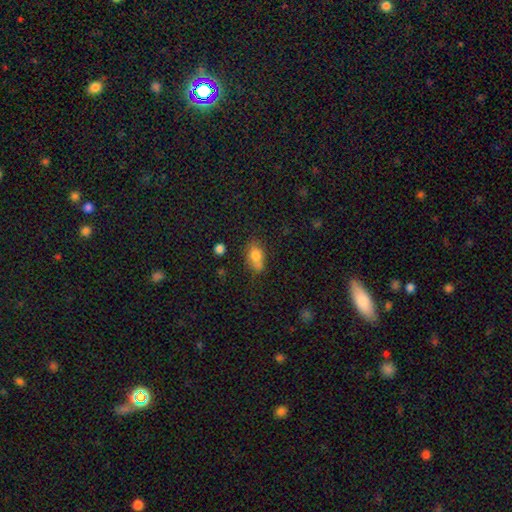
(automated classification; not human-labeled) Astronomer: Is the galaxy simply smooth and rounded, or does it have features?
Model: smooth — 77%.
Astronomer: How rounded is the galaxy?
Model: in between — 80%.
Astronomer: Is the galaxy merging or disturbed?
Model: none — 54%.